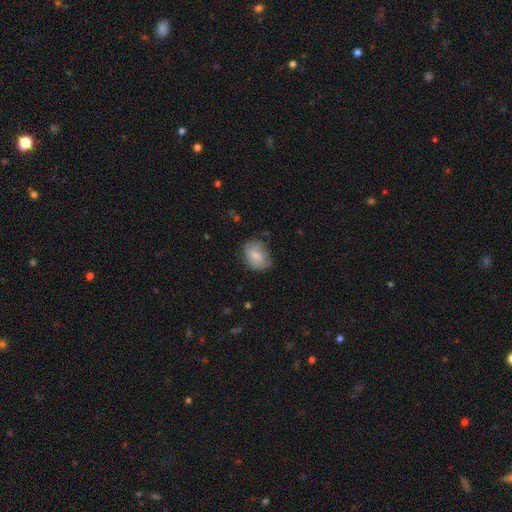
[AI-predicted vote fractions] Smooth or featured? smooth (75%)
How rounded? in between (70%)
Merging? none (67%)